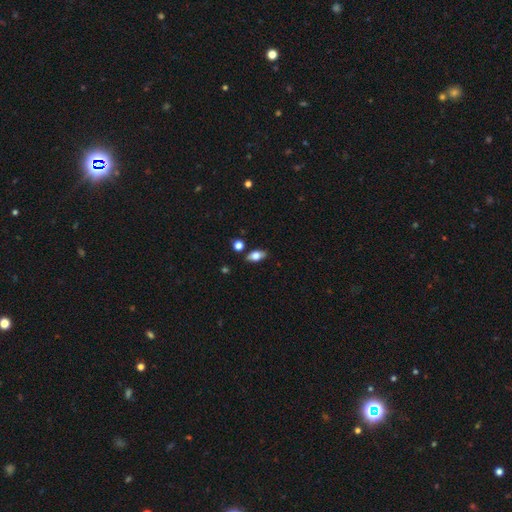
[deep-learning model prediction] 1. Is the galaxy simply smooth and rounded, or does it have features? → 71% smooth, 21% featured or disk, 8% star or artifact.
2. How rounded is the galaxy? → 86% in between, 9% cigar-shaped, 6% round.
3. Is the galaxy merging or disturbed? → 82% none, 12% minor disturbance, 4% merger, 3% major disturbance.